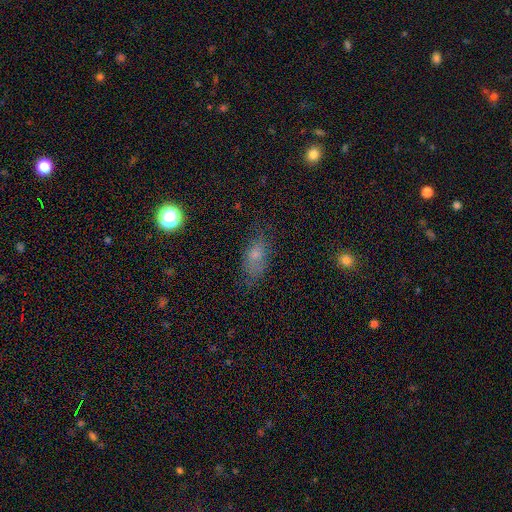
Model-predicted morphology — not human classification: Smooth or featured? smooth (68%)
How rounded? in between (83%)
Merging? none (64%)